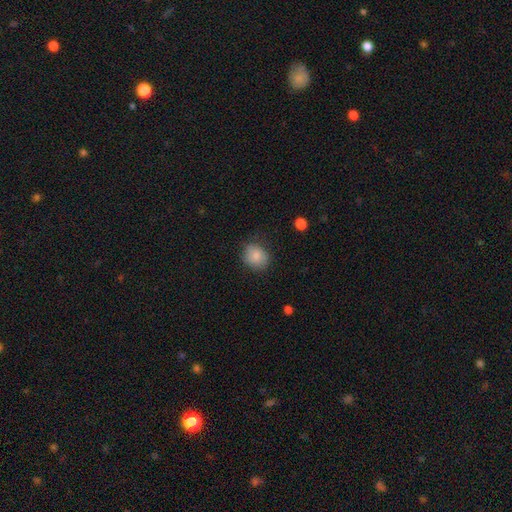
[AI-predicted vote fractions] Smooth or featured? smooth (83%)
How rounded? round (68%)
Merging? none (73%)